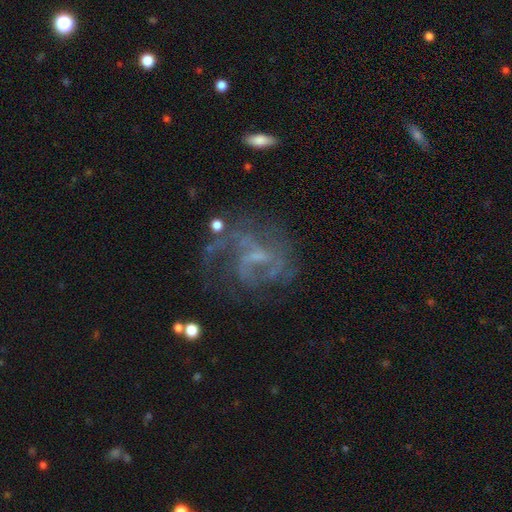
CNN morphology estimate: smooth-or-featured: featured or disk: 77% | star or artifact: 12% | smooth: 11%
  disk-edge-on: no: 97% | yes: 3%
    bar: weak: 47% | no: 38% | strong: 15%
    has-spiral-arms: yes: 80% | no: 20%
      spiral-winding: medium: 42% | loose: 34% | tight: 24%
      spiral-arm-count: can't tell: 33% | 2: 27% | 3: 16% | 1: 14% | 4: 6% | more than 4: 5%
    bulge-size: small: 44% | none: 37% | moderate: 16% | large: 2% | dominant: 1%
  merging: none: 47% | major disturbance: 31% | minor disturbance: 17% | merger: 4%